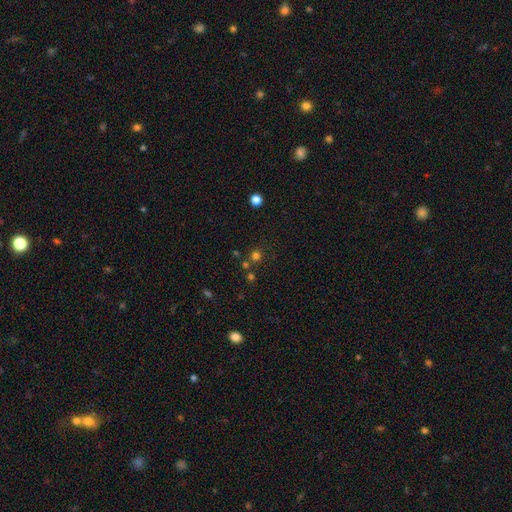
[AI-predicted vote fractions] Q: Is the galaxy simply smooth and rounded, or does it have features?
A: smooth — 68%.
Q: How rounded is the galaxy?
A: round — 91%.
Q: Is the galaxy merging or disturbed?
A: none — 73%.